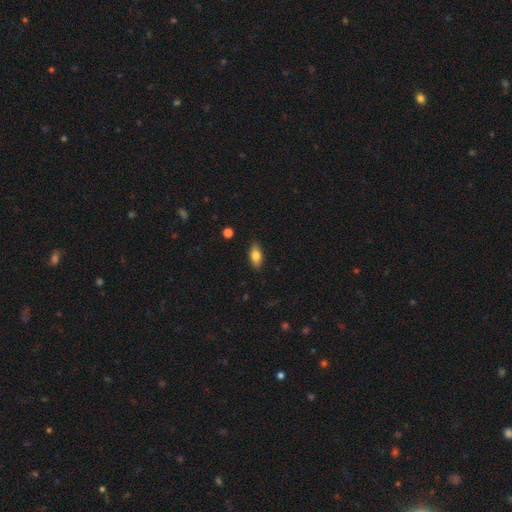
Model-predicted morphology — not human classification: This is likely a smooth galaxy (76%). How rounded: clearly in between (85%). Merging: clearly none (87%).